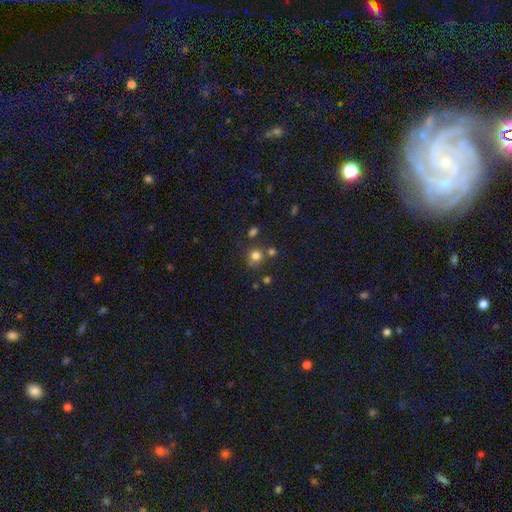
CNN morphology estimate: Smooth or featured? smooth (77%)
How rounded? round (84%)
Merging? none (65%)